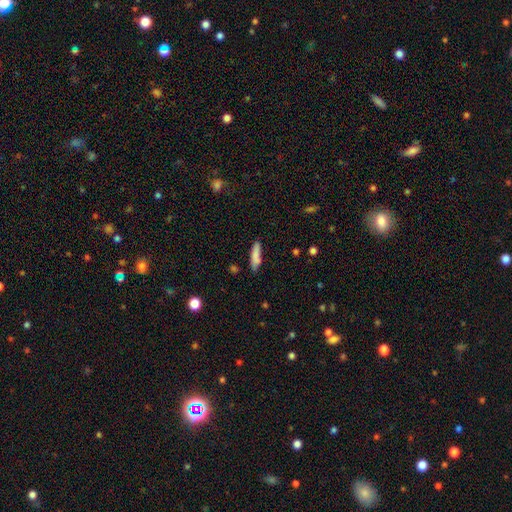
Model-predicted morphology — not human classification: Smooth or featured?
  - smooth: 82% *
  - featured or disk: 11%
  - star or artifact: 7%
How rounded?
  - cigar-shaped: 72% *
  - in between: 27%
  - round: 2%
Merging?
  - none: 79% *
  - minor disturbance: 15%
  - merger: 3%
  - major disturbance: 3%